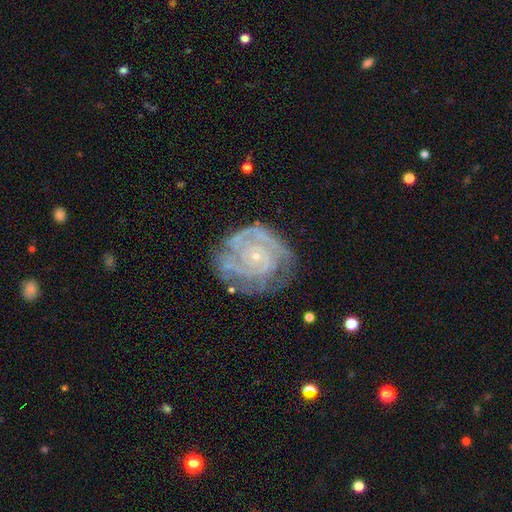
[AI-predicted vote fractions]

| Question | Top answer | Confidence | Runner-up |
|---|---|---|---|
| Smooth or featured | featured or disk | 87% | smooth (7%) |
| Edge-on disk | no | 98% | yes (2%) |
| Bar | no | 78% | weak (17%) |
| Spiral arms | yes | 96% | no (4%) |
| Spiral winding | tight | 76% | medium (20%) |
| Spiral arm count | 3 | 25% | tied: 2 (25%) |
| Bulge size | small | 86% | moderate (9%) |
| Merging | none | 68% | minor disturbance (21%) |